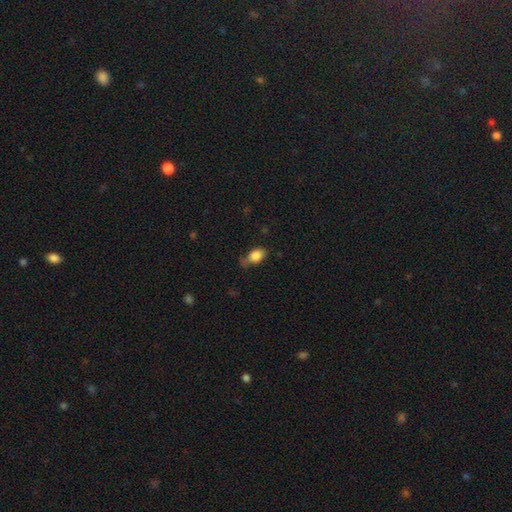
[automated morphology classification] smooth-or-featured: smooth: 84% | star or artifact: 8% | featured or disk: 8%
  how-rounded: in between: 82% | round: 15% | cigar-shaped: 3%
  merging: none: 55% | minor disturbance: 31% | major disturbance: 10% | merger: 5%